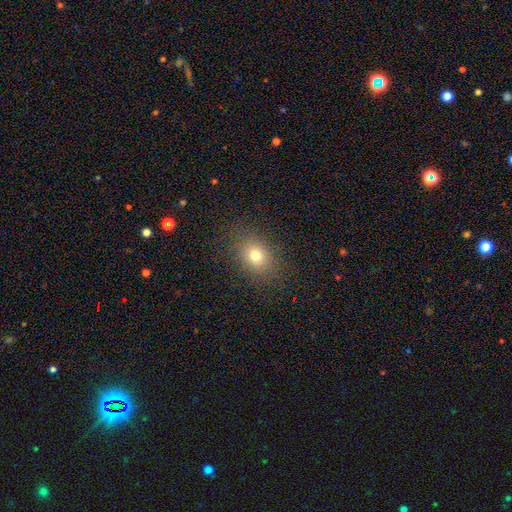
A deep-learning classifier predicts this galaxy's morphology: smooth 74%, star or artifact 15%, featured or disk 11%. Down the decision tree: how rounded — in between (55%); merging — none (85%).